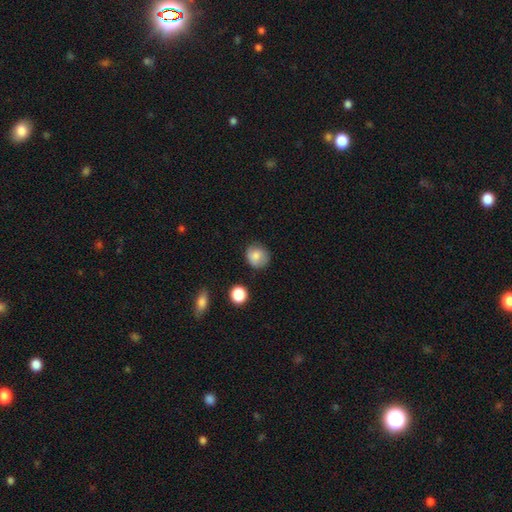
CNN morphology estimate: Q: Smooth or featured?
A: smooth (77%); runner-up: featured or disk (14%)
Q: How rounded?
A: round (81%); runner-up: in between (18%)
Q: Merging?
A: none (78%); runner-up: minor disturbance (16%)